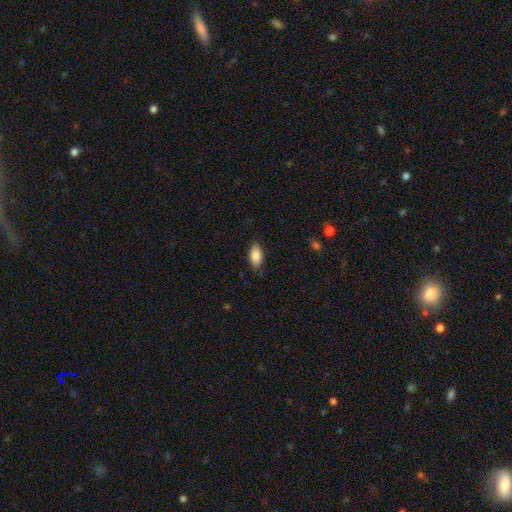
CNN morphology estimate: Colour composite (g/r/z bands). It shows a smooth galaxy with no disk features (86%) that is in between round and cigar-shaped (92%). Merging: none (84%).